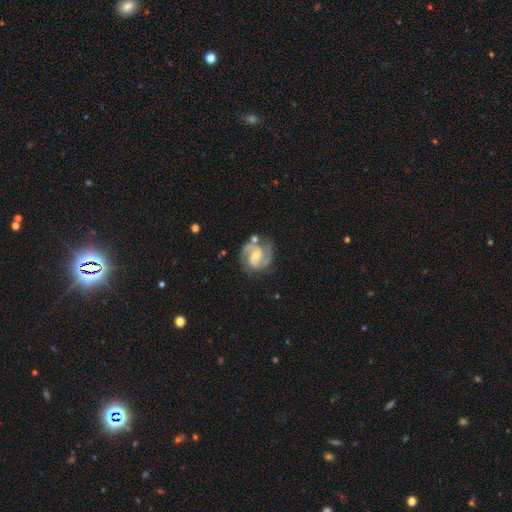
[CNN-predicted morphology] This appears to be a featured or disk galaxy (87%) with a weak bar (47%), 2 (84%) medium (54%) spiral arms (96%) and a small central bulge (50%). Merging: none (66%).